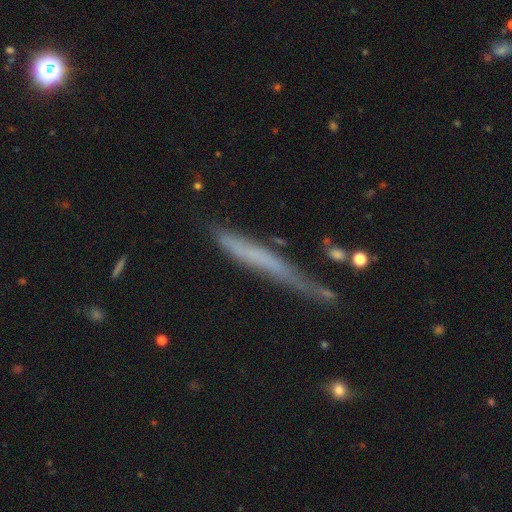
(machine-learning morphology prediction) This appears to be a smooth galaxy with no disk features (47%). Merging: none (67%).